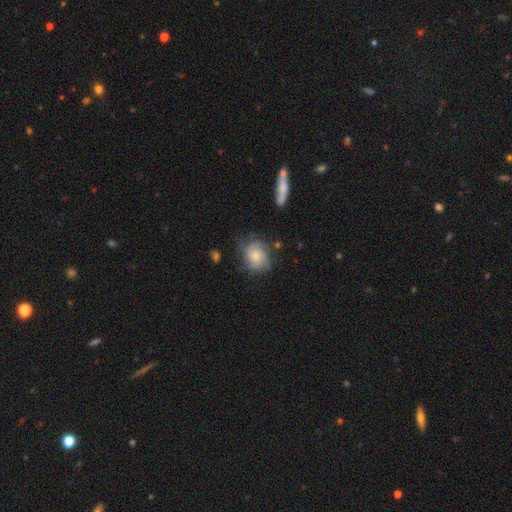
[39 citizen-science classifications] smooth_or_featured: featured or disk (p=0.54) [alt: smooth p=0.44]
disk_edge_on: no (p=0.95) [alt: yes p=0.05]
bar: no (p=0.85) [alt: weak p=0.15]
has_spiral_arms: yes (p=0.80) [alt: no p=0.20]
spiral_winding: medium (p=0.50) [alt: tight p=0.31]
spiral_arm_count: 3 (p=0.38) [tied with: can't tell p=0.38]
bulge_size: moderate (p=0.50) [alt: small p=0.45]
merging: none (p=0.53) [alt: minor disturbance p=0.37]